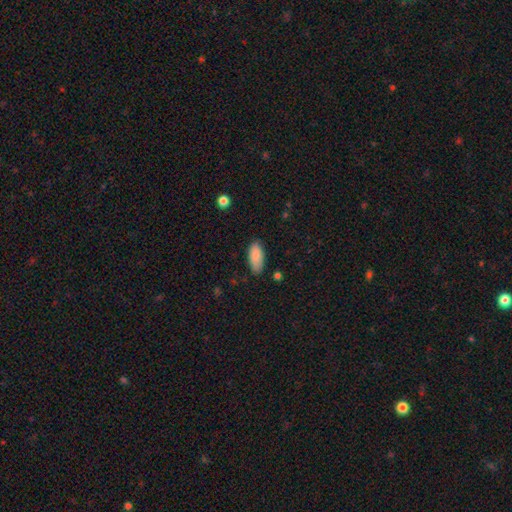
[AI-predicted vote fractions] smooth_or_featured: smooth (p=0.88) [alt: star or artifact p=0.07]
how_rounded: in between (p=0.88) [alt: cigar-shaped p=0.10]
merging: none (p=0.78) [alt: minor disturbance p=0.17]